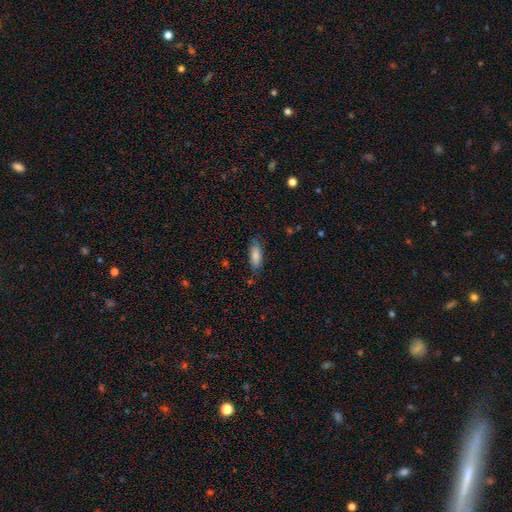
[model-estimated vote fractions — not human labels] Morphology: type=smooth (83%); roundness=in between (71%); merging=none (79%).